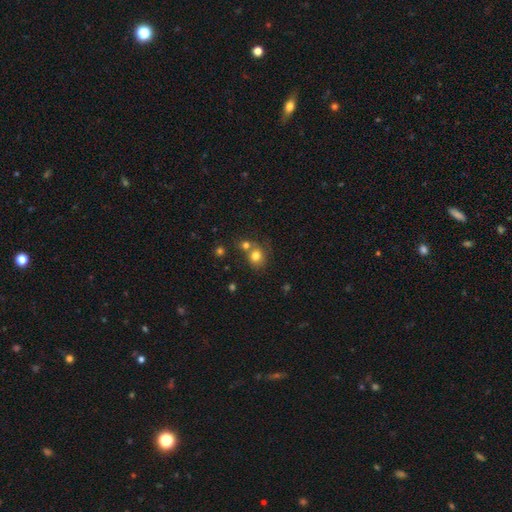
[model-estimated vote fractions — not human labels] This is likely a smooth galaxy (78%). How rounded: likely round (74%). Merging: possibly none (53%).